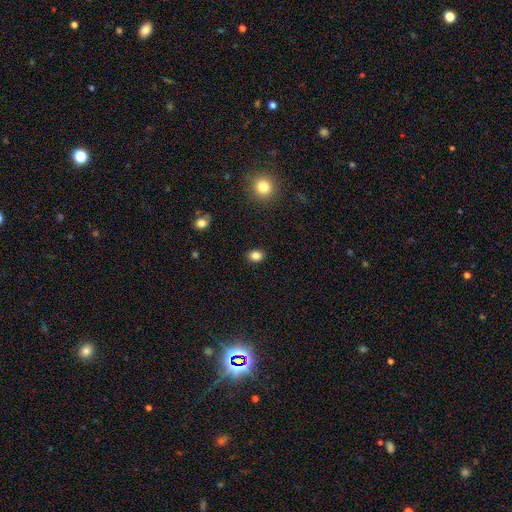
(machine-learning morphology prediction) Q: Smooth or featured?
A: smooth (85%); runner-up: star or artifact (11%)
Q: How rounded?
A: in between (63%); runner-up: round (36%)
Q: Merging?
A: none (89%); runner-up: minor disturbance (8%)